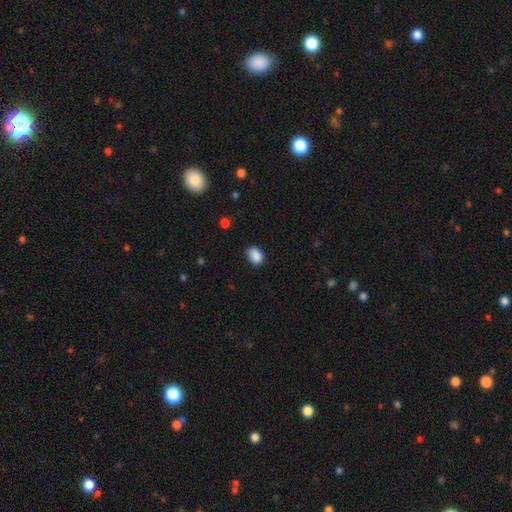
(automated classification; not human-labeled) Smooth or featured? Predicted: smooth (p=0.89). How rounded? Predicted: in between (p=0.77). Merging? Predicted: none (p=0.80).